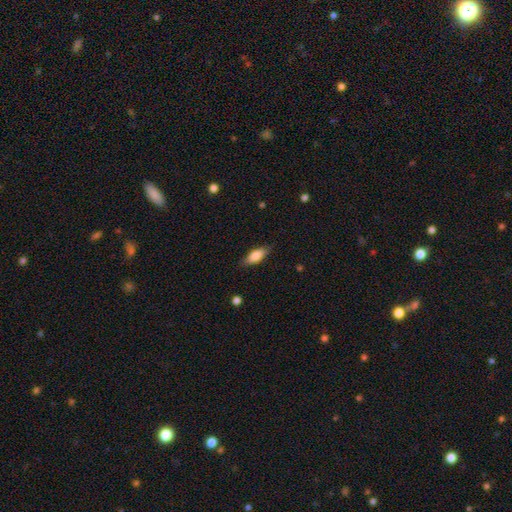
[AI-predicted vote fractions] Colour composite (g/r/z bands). It shows a smooth galaxy with no disk features (76%) that is in between round and cigar-shaped (74%). Merging: none (82%).